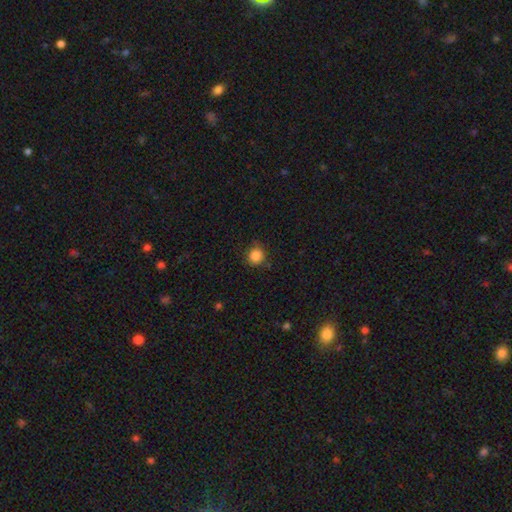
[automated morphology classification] smooth_or_featured: smooth (p=0.86) [alt: star or artifact p=0.11]
how_rounded: round (p=0.89) [alt: in between p=0.10]
merging: none (p=0.81) [alt: minor disturbance p=0.14]